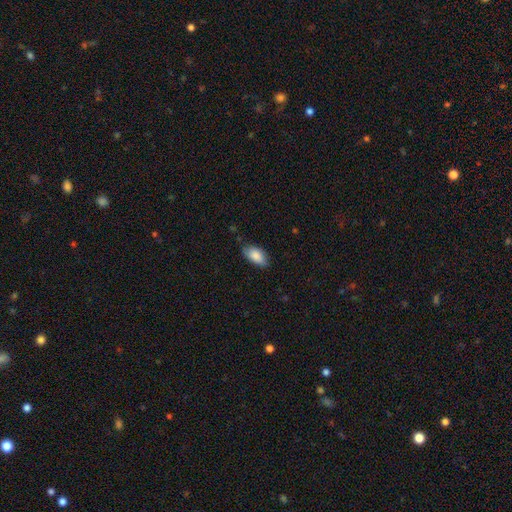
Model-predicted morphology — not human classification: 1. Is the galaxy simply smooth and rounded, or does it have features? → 87% smooth, 6% star or artifact, 6% featured or disk.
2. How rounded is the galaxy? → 93% in between, 4% cigar-shaped, 3% round.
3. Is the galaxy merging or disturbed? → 77% none, 18% minor disturbance, 3% major disturbance, 1% merger.